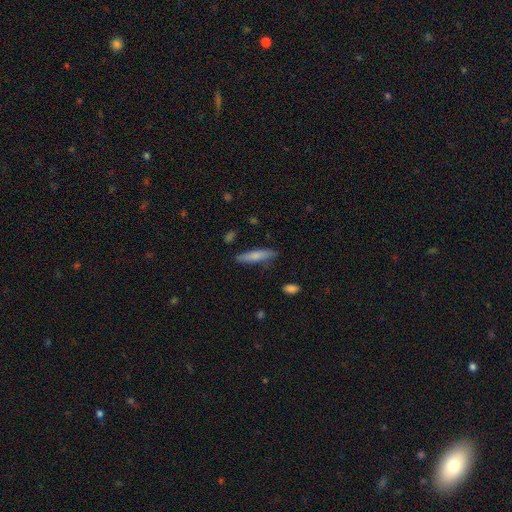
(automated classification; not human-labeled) smooth-or-featured: smooth: 75% | featured or disk: 19% | star or artifact: 6%
  how-rounded: cigar-shaped: 83% | in between: 15% | round: 1%
  merging: none: 83% | minor disturbance: 13% | major disturbance: 2% | merger: 2%